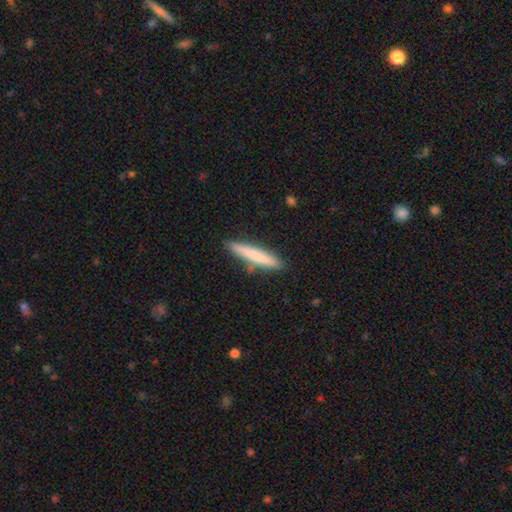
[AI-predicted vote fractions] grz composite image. It shows a smooth galaxy with no disk features (73%) that is cigar-shaped (94%). Merging: none (86%).